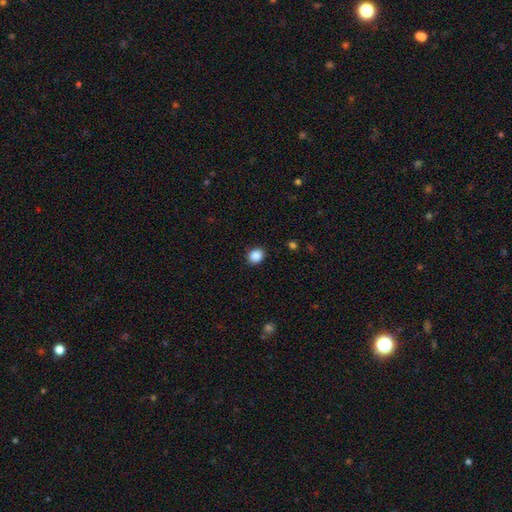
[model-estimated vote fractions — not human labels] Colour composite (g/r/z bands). It shows a smooth galaxy with no disk features (88%) that is round (66%). Merging: none (90%).